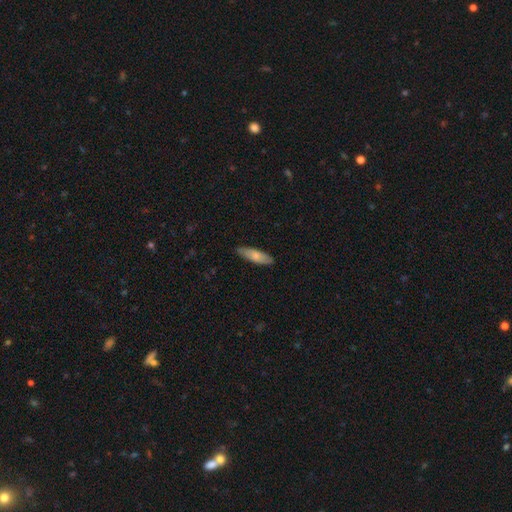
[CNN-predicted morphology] A smooth galaxy with no disk features (75%) that is cigar-shaped (51%). Merging: none (84%).